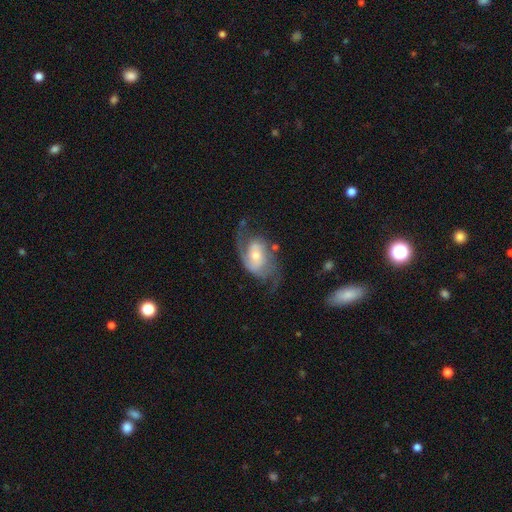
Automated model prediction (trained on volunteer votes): featured or disk 82%, smooth 13%, star or artifact 5%. Down the decision tree: edge-on disk — no (97%); bar — no (58%); spiral arms — yes (93%); spiral arm count — 2 (74%); spiral winding — medium (45%); bulge size — moderate (50%); merging — none (53%).